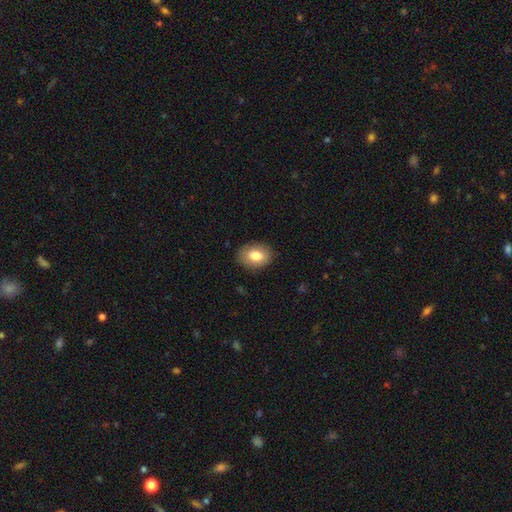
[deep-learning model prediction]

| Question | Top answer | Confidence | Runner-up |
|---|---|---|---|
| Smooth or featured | smooth | 81% | featured or disk (11%) |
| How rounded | in between | 78% | round (21%) |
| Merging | none | 87% | minor disturbance (10%) |